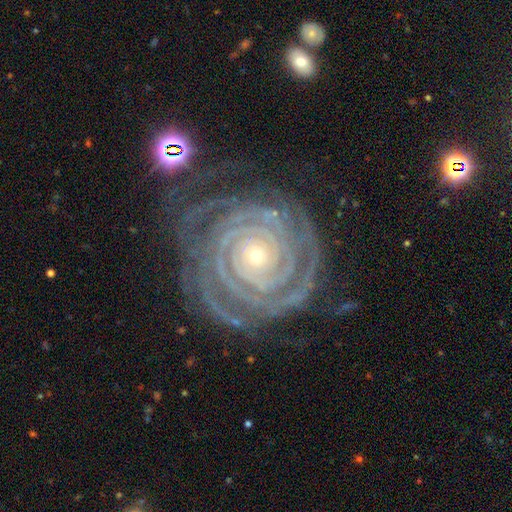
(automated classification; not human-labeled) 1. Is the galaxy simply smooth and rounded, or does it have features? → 91% featured or disk, 6% star or artifact, 3% smooth.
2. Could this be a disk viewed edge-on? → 97% no, 3% yes.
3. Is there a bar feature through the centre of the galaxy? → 78% no, 12% weak, 10% strong.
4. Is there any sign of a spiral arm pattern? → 99% yes, 1% no.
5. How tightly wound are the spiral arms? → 91% tight, 7% medium, 1% loose.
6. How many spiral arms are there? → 23% 2, 19% 3, 19% 4, 16% more than 4, 15% can't tell, 7% 1.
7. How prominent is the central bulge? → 81% small, 16% moderate, 1% large, 1% none, 1% dominant.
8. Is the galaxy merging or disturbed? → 75% none, 16% minor disturbance, 7% major disturbance, 2% merger.